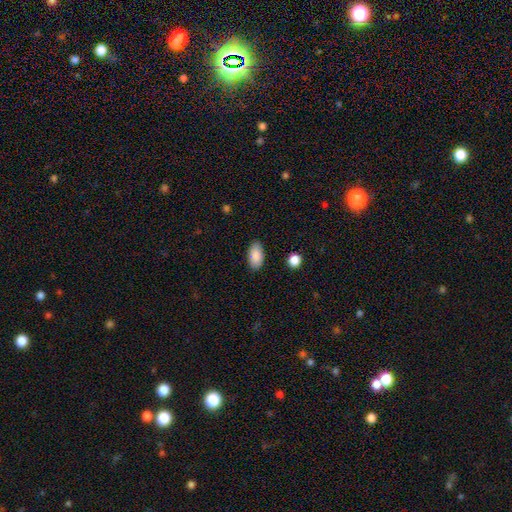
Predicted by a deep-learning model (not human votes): This is clearly a smooth galaxy (88%). How rounded: clearly in between (94%). Merging: clearly none (86%).